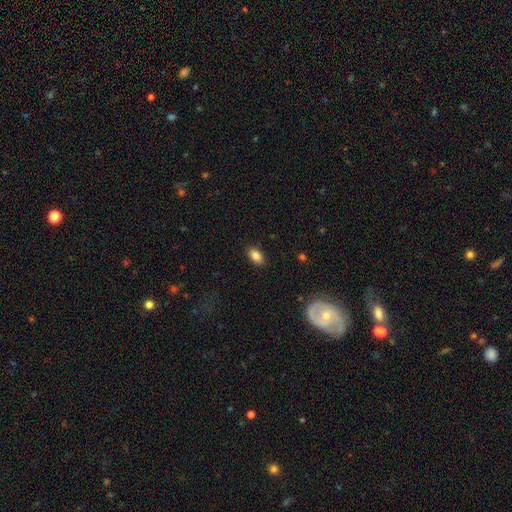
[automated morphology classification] Smooth or featured? smooth (85%)
How rounded? in between (90%)
Merging? none (87%)